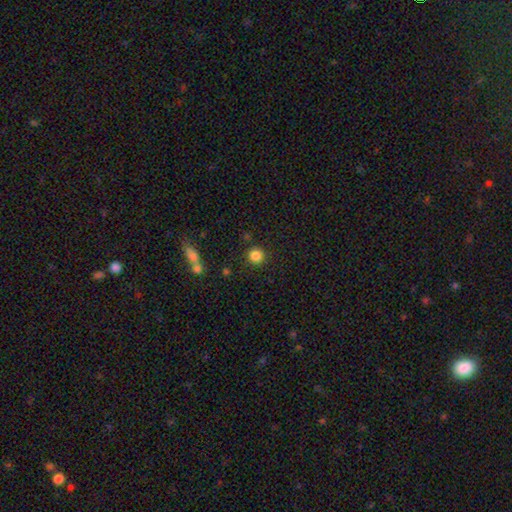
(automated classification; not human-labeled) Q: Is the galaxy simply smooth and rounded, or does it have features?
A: smooth — 85%.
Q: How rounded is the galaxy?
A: round — 93%.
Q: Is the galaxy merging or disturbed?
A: none — 87%.